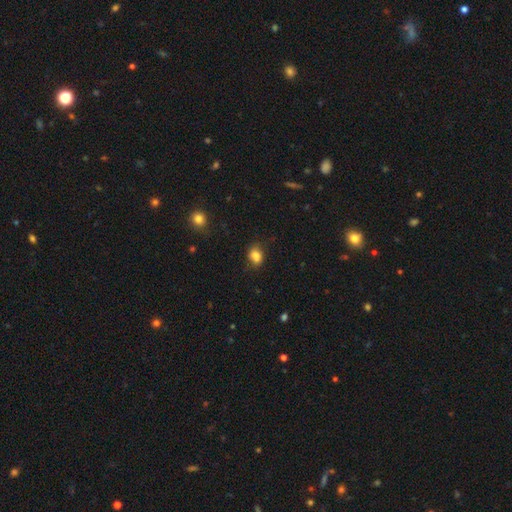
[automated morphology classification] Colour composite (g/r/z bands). It shows a smooth galaxy with no disk features (83%) that is in between round and cigar-shaped (58%). Merging: none (72%).